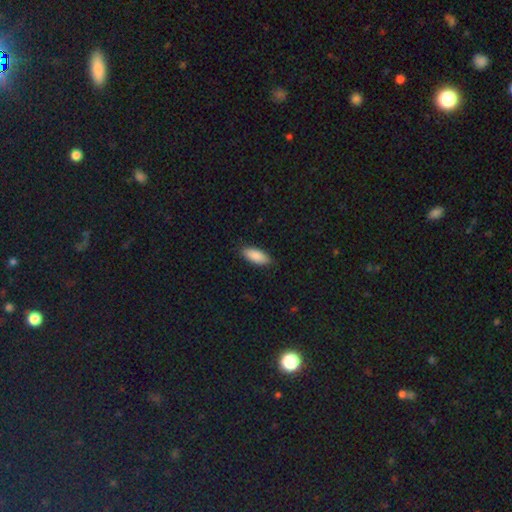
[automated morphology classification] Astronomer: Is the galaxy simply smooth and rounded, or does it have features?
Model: smooth — 89%.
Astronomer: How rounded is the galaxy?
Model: in between — 82%.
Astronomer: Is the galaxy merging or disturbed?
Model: none — 88%.